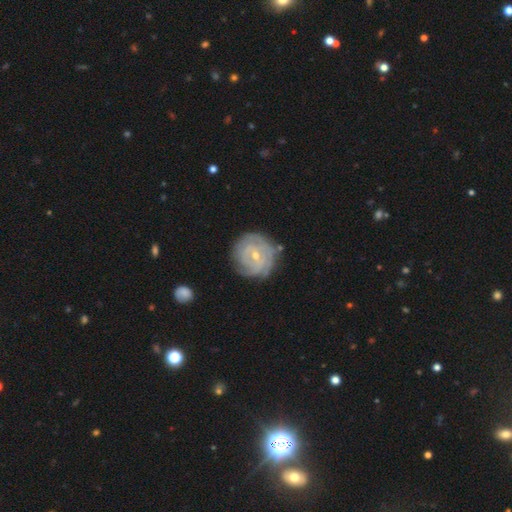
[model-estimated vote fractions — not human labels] Q: Smooth or featured?
A: featured or disk (79%); runner-up: smooth (15%)
Q: Edge-on disk?
A: no (97%); runner-up: yes (3%)
Q: Bar?
A: no (53%); runner-up: weak (38%)
Q: Spiral arms?
A: yes (90%); runner-up: no (10%)
Q: Spiral winding?
A: tight (78%); runner-up: medium (17%)
Q: Spiral arm count?
A: can't tell (44%); runner-up: 2 (18%)
Q: Bulge size?
A: small (60%); runner-up: moderate (37%)
Q: Merging?
A: none (74%); runner-up: minor disturbance (18%)